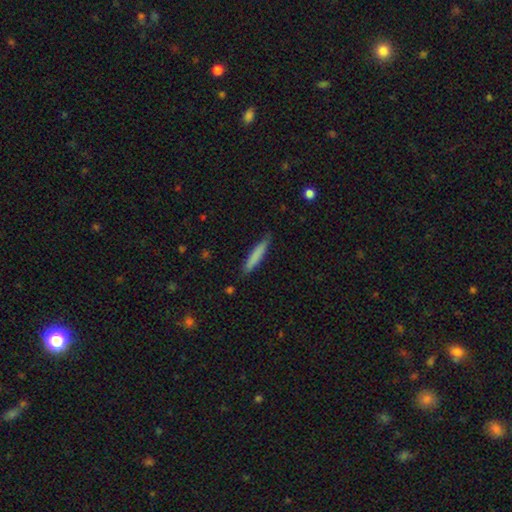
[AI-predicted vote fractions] smooth_or_featured: smooth (p=0.78) [alt: featured or disk p=0.15]
how_rounded: cigar-shaped (p=0.92) [alt: in between p=0.07]
merging: none (p=0.84) [alt: minor disturbance p=0.12]